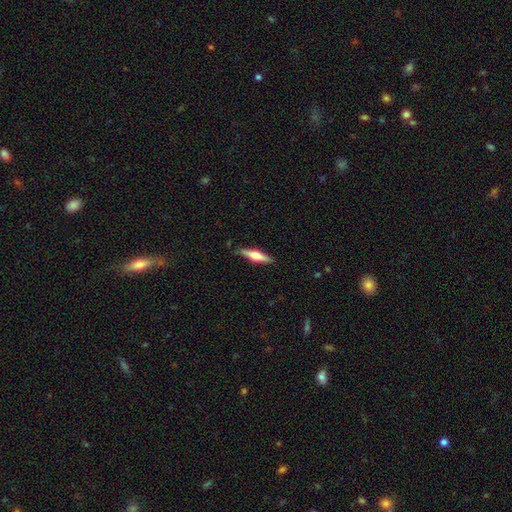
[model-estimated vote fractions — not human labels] featured or disk 52%, smooth 43%, star or artifact 6%. Down the decision tree: edge-on disk — yes (95%); merging — none (84%).